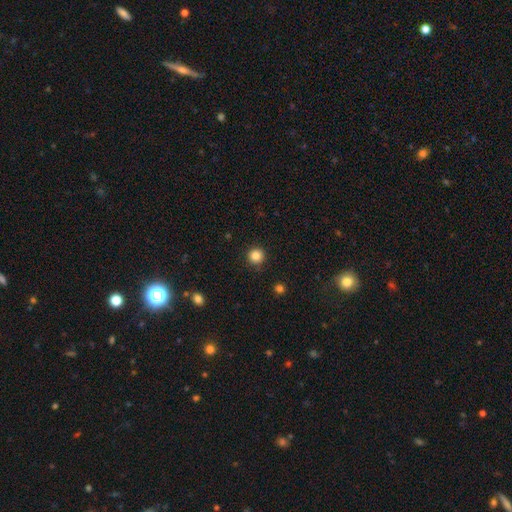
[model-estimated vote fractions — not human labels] Smooth or featured? Predicted: smooth (p=0.84). How rounded? Predicted: round (p=0.95). Merging? Predicted: none (p=0.90).